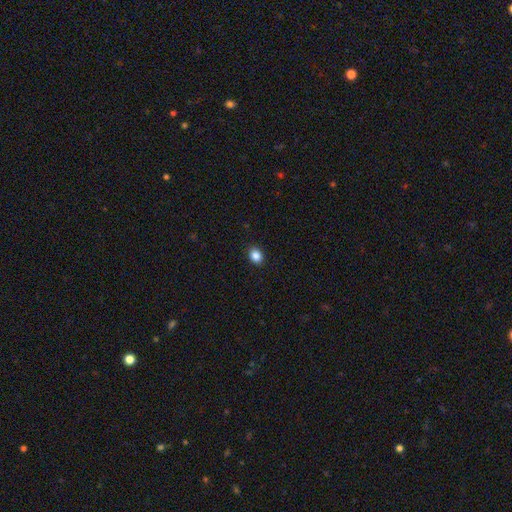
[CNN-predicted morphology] smooth-or-featured: smooth: 87% | star or artifact: 10% | featured or disk: 4%
  how-rounded: in between: 57% | round: 42% | cigar-shaped: 1%
  merging: none: 91% | minor disturbance: 6% | major disturbance: 2% | merger: 1%